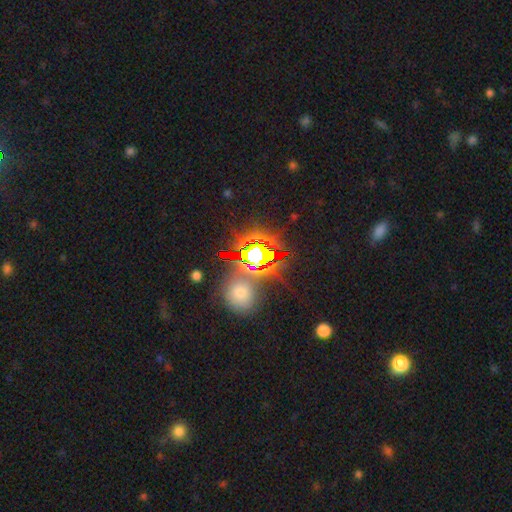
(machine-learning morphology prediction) Smooth or featured: star or artifact — 78% (smooth — 13%)